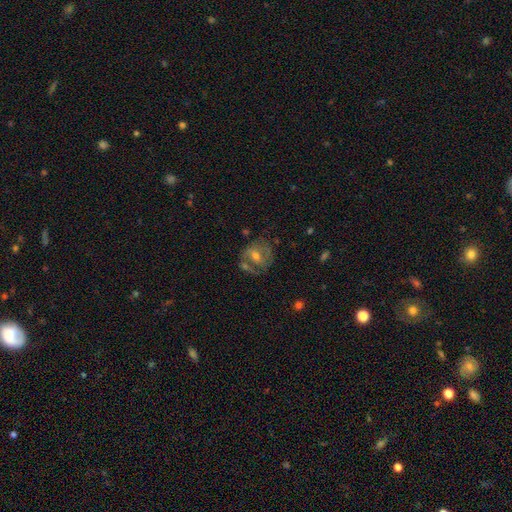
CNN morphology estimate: Q: Smooth or featured?
A: featured or disk (60%); runner-up: smooth (31%)
Q: Edge-on disk?
A: no (95%); runner-up: yes (5%)
Q: Bar?
A: weak (44%); runner-up: no (37%)
Q: Spiral arms?
A: yes (65%); runner-up: no (35%)
Q: Bulge size?
A: moderate (64%); runner-up: small (29%)
Q: Merging?
A: none (54%); runner-up: minor disturbance (19%)